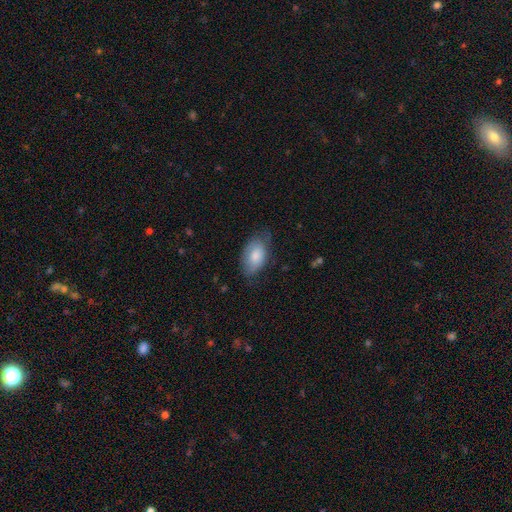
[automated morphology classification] The model was most divided on "merging": none: 63%, minor disturbance: 28%, major disturbance: 8%, merger: 1%. More confident: how rounded — in between (94%); smooth or featured — smooth (80%).